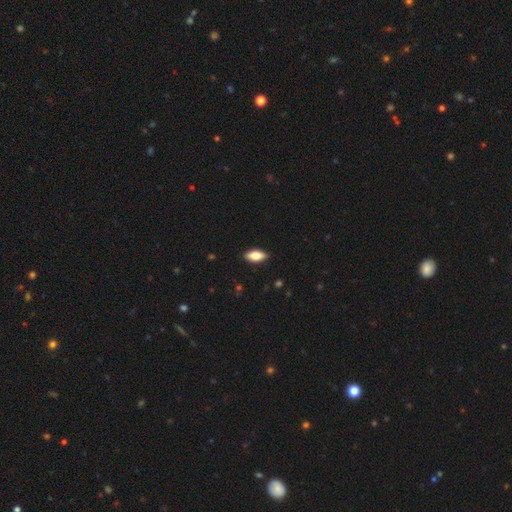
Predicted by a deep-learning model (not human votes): smooth-or-featured: smooth: 71% | featured or disk: 23% | star or artifact: 7%
  how-rounded: in between: 83% | cigar-shaped: 14% | round: 3%
  merging: none: 89% | minor disturbance: 8% | major disturbance: 2% | merger: 1%